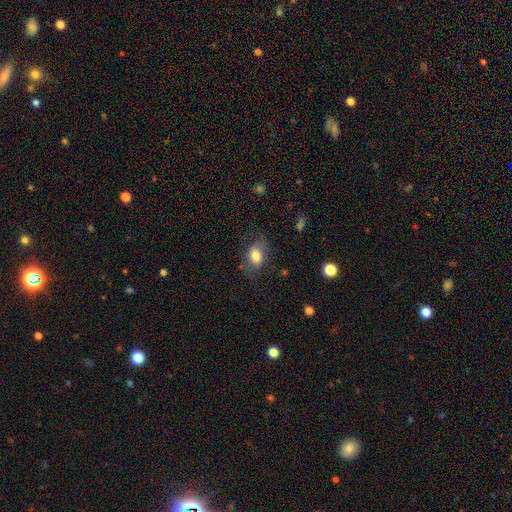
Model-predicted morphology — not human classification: This is likely a smooth galaxy (73%). How rounded: likely in between (76%). Merging: likely none (63%).